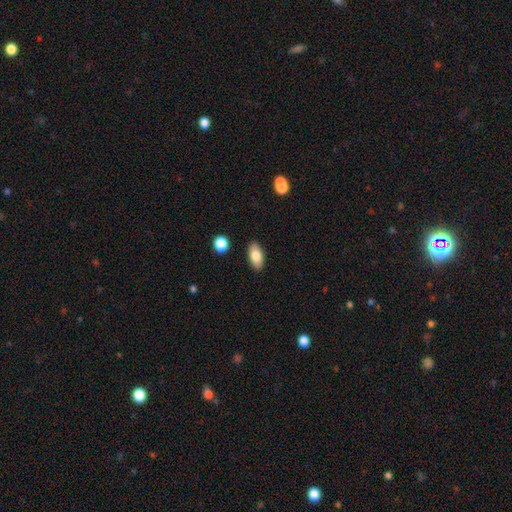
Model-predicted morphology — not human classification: This is clearly a smooth galaxy (81%). How rounded: clearly in between (90%). Merging: clearly none (89%).